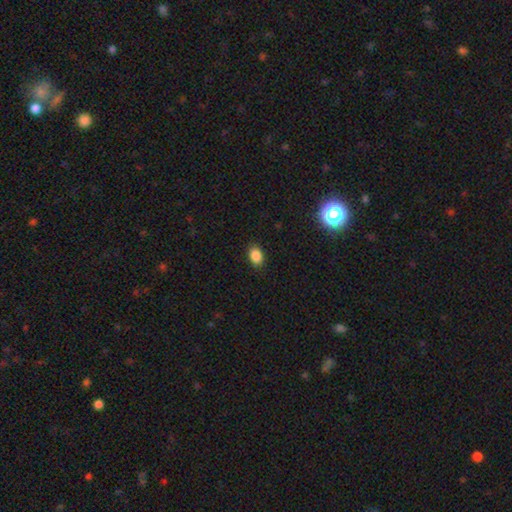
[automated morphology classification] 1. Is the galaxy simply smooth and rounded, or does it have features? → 86% smooth, 11% star or artifact, 4% featured or disk.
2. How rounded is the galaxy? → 79% in between, 19% round, 1% cigar-shaped.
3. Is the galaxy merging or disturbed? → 87% none, 9% minor disturbance, 2% major disturbance, 1% merger.